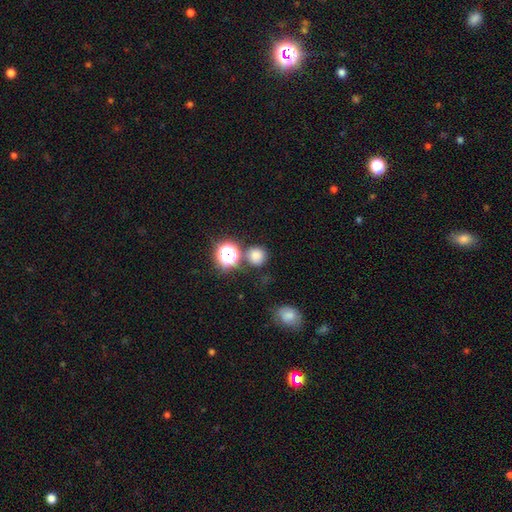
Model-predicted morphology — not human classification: A smooth galaxy with no disk features (74%) that is round (90%). Merging: none (74%).